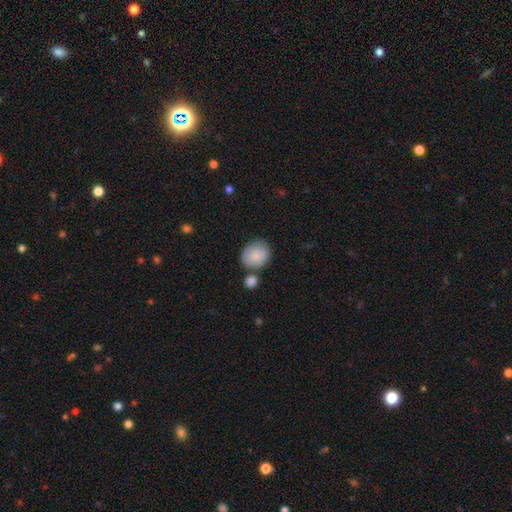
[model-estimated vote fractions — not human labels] This is clearly a smooth galaxy (83%). How rounded: likely round (71%). Merging: likely none (64%).